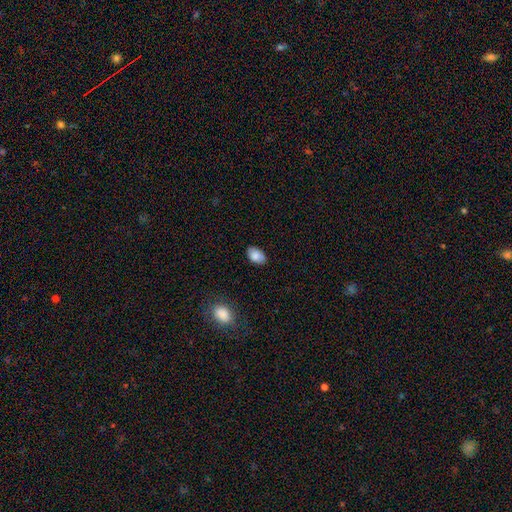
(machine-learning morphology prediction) A smooth galaxy with no disk features (86%) that is in between round and cigar-shaped (91%). Merging: none (83%).